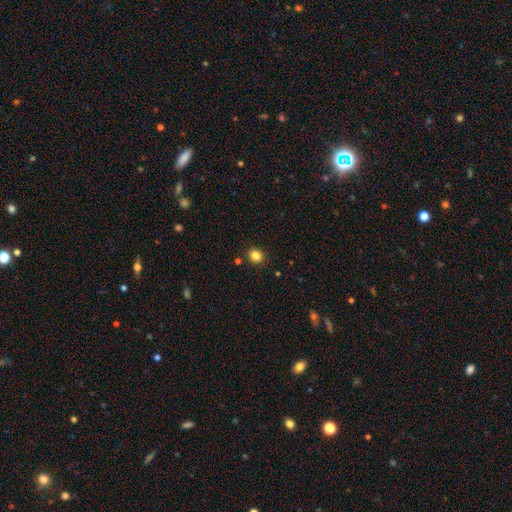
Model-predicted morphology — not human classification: Smooth or featured?
  - smooth: 84% *
  - star or artifact: 12%
  - featured or disk: 5%
How rounded?
  - round: 76% *
  - in between: 23%
  - cigar-shaped: 1%
Merging?
  - none: 88% *
  - minor disturbance: 7%
  - merger: 2%
  - major disturbance: 2%